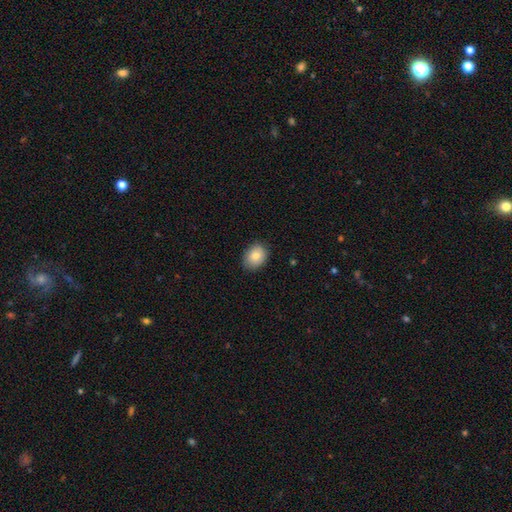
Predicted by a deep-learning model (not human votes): Smooth or featured? Predicted: smooth (p=0.82). How rounded? Predicted: in between (p=0.58). Merging? Predicted: none (p=0.84).